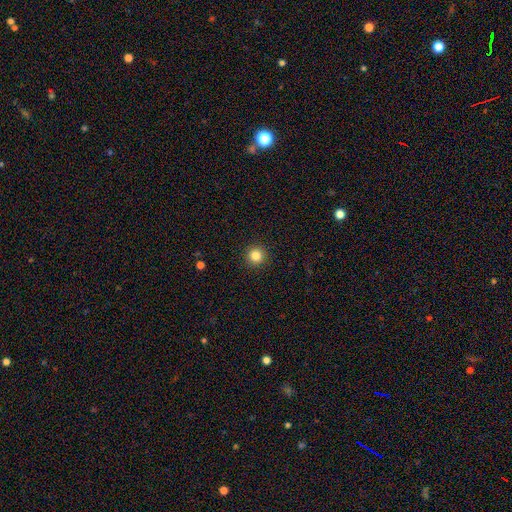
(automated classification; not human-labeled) Q: Smooth or featured?
A: smooth (84%); runner-up: star or artifact (11%)
Q: How rounded?
A: round (96%); runner-up: in between (3%)
Q: Merging?
A: none (93%); runner-up: minor disturbance (4%)